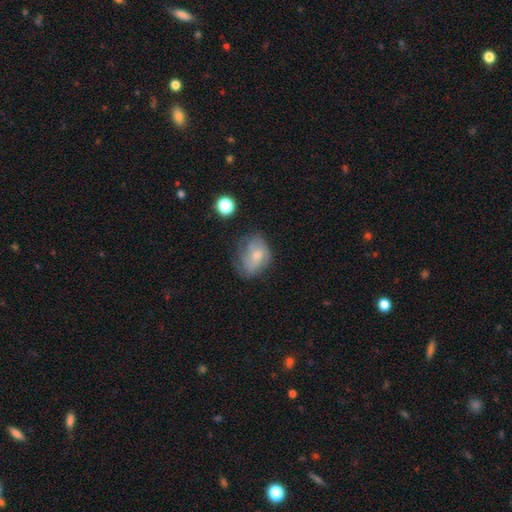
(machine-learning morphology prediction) smooth_or_featured: smooth (p=0.51) [alt: featured or disk p=0.39]
how_rounded: in between (p=0.58) [alt: round p=0.41]
merging: none (p=0.47) [alt: minor disturbance p=0.31]